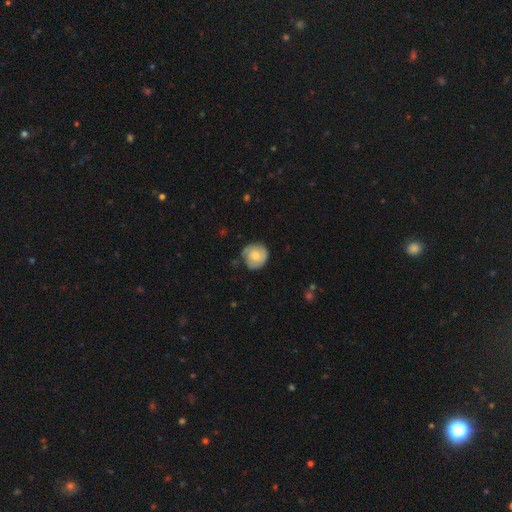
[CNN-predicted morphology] smooth-or-featured: smooth: 54% | featured or disk: 40% | star or artifact: 6%
  how-rounded: round: 88% | in between: 11% | cigar-shaped: 1%
  merging: none: 66% | minor disturbance: 26% | major disturbance: 7% | merger: 2%